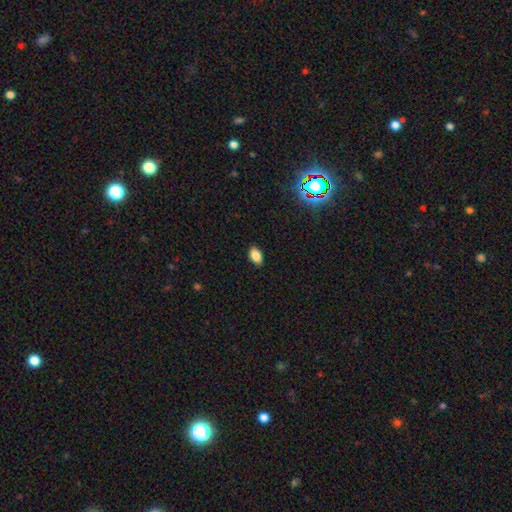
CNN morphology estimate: type=smooth (86%); roundness=in between (90%); merging=none (89%).